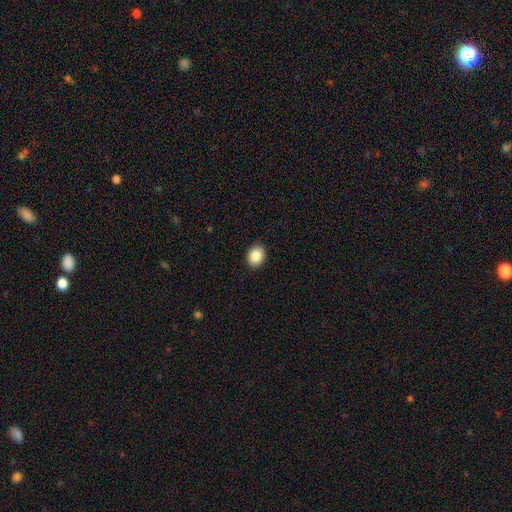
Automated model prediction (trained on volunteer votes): A smooth galaxy with no disk features (88%) that is in between round and cigar-shaped (61%).

Vote fractions:
- Smooth or featured? smooth: 88% / star or artifact: 8% / featured or disk: 4%
- How rounded? in between: 61% / round: 38% / cigar-shaped: 1%
- Merging? none: 90% / minor disturbance: 7% / major disturbance: 2% / merger: 1%